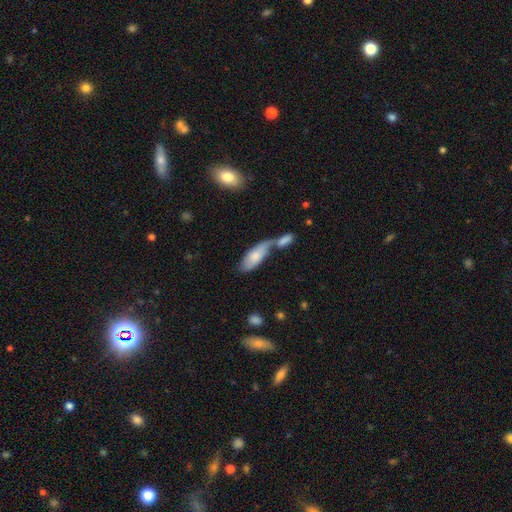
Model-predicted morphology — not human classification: Overall: smooth (69%). How rounded: in between (77%). Merging: merger (55%; none 26%).